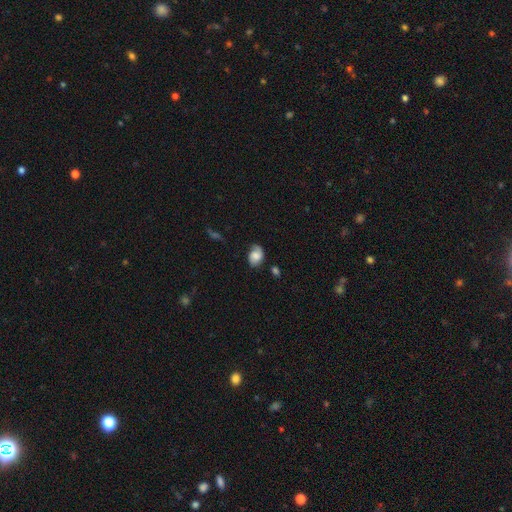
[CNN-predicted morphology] The model was most divided on "merging": none: 59%, minor disturbance: 29%, major disturbance: 10%, merger: 3%. More confident: how rounded — in between (74%); smooth or featured — smooth (60%).